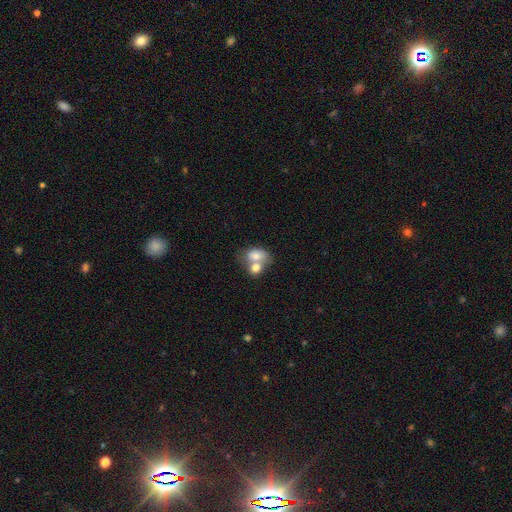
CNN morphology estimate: This is likely a smooth galaxy (73%). How rounded: likely in between (70%). Merging: likely merger (63%).